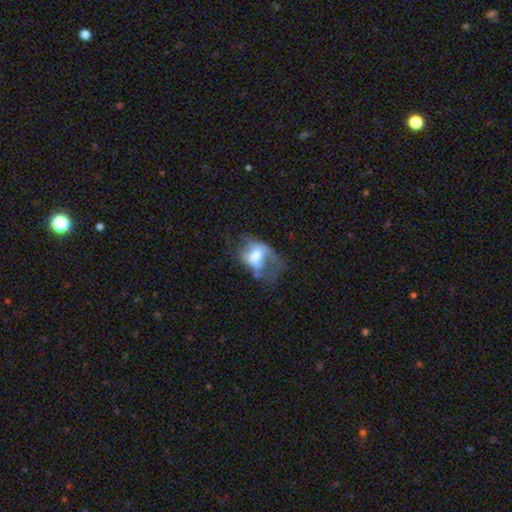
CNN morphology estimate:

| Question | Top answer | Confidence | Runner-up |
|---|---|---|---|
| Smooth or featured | smooth | 47% | featured or disk (44%) |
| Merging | major disturbance | 51% | none (22%) |